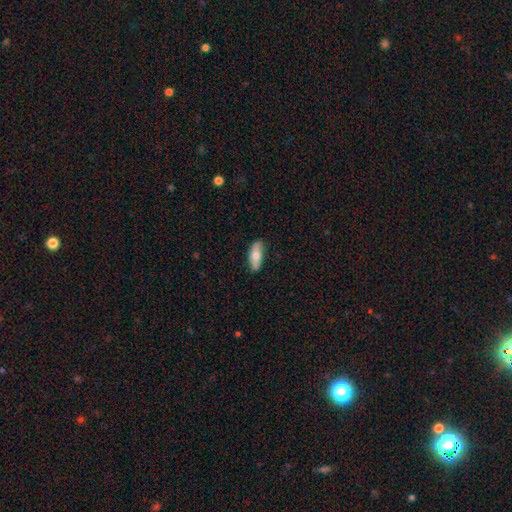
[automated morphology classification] smooth_or_featured: smooth (p=0.63) [alt: featured or disk p=0.31]
how_rounded: in between (p=0.68) [alt: cigar-shaped p=0.28]
merging: none (p=0.82) [alt: minor disturbance p=0.14]